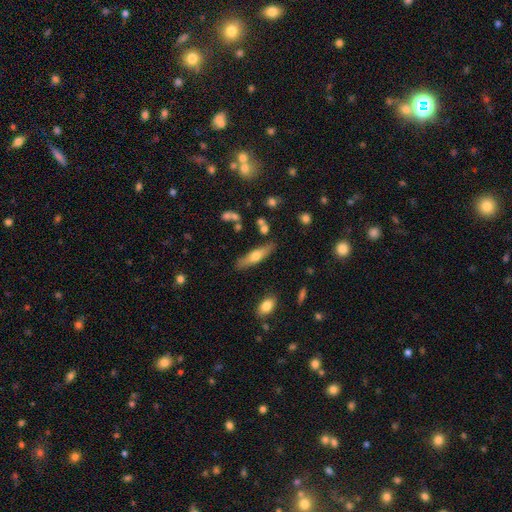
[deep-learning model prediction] Q: Smooth or featured?
A: smooth (51%); runner-up: featured or disk (42%)
Q: How rounded?
A: cigar-shaped (71%); runner-up: in between (27%)
Q: Merging?
A: none (81%); runner-up: minor disturbance (12%)